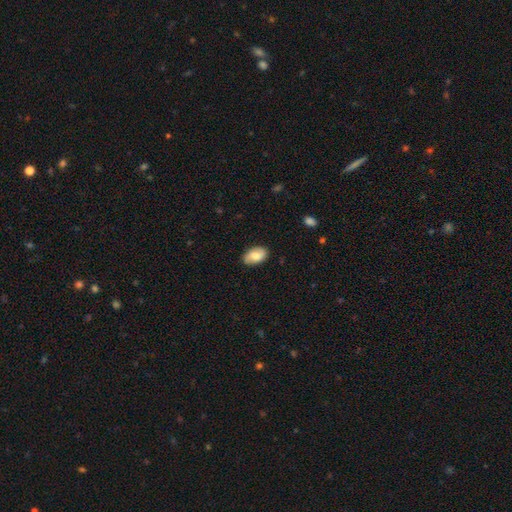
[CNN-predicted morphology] Smooth or featured? smooth (71%)
How rounded? in between (93%)
Merging? none (83%)